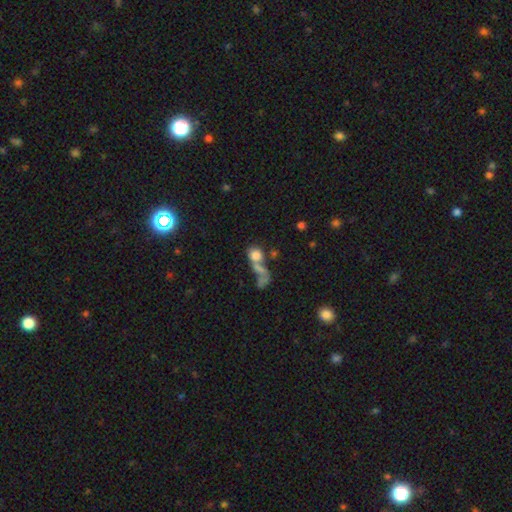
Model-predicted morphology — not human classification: Smooth or featured: smooth — 68% (featured or disk — 19%)
How rounded: round — 57% (in between — 40%)
Merging: merger — 56% (none — 20%)